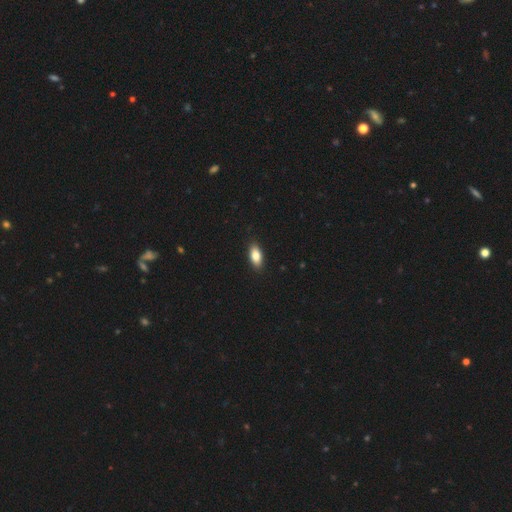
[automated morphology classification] smooth-or-featured: smooth: 84% | featured or disk: 9% | star or artifact: 7%
  how-rounded: in between: 87% | cigar-shaped: 9% | round: 4%
  merging: none: 89% | minor disturbance: 8% | major disturbance: 2% | merger: 1%